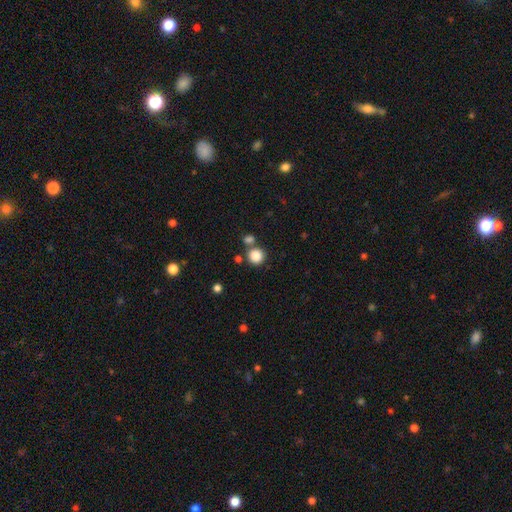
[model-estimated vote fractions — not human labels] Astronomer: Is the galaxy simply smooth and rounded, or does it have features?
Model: smooth — 85%.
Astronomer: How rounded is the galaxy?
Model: round — 91%.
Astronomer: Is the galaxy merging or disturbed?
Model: none — 68%.